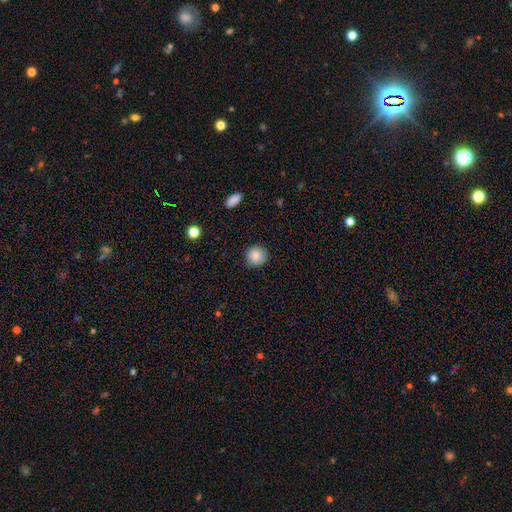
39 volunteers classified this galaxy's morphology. This appears to be a smooth galaxy with no disk features (90%) that is round (91%). Merging: none (92%).